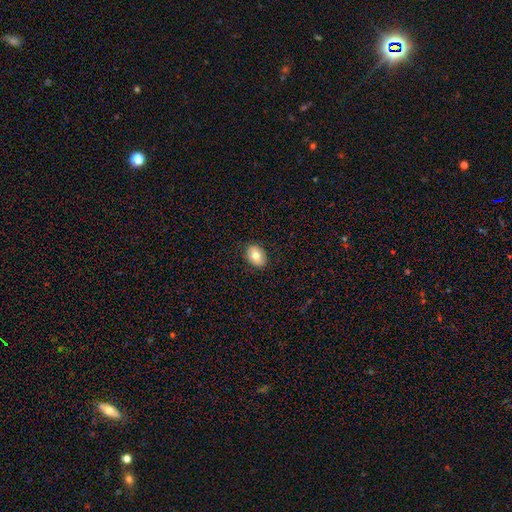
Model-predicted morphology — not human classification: Smooth or featured: smooth — 75% (featured or disk — 17%)
How rounded: in between — 73% (round — 26%)
Merging: none — 89% (minor disturbance — 9%)